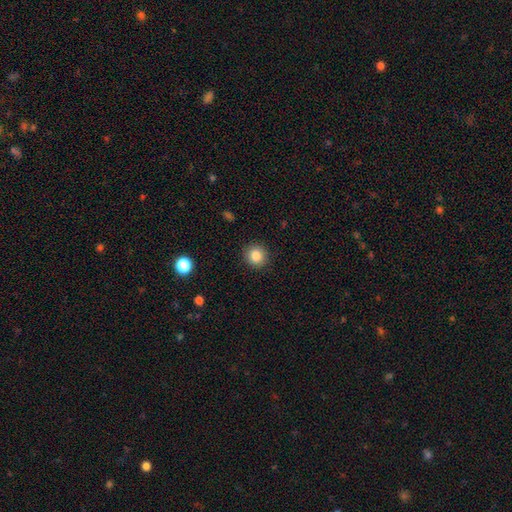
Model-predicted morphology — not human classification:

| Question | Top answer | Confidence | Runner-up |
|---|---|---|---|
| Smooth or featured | smooth | 85% | star or artifact (10%) |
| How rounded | round | 91% | in between (8%) |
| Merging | none | 91% | minor disturbance (6%) |